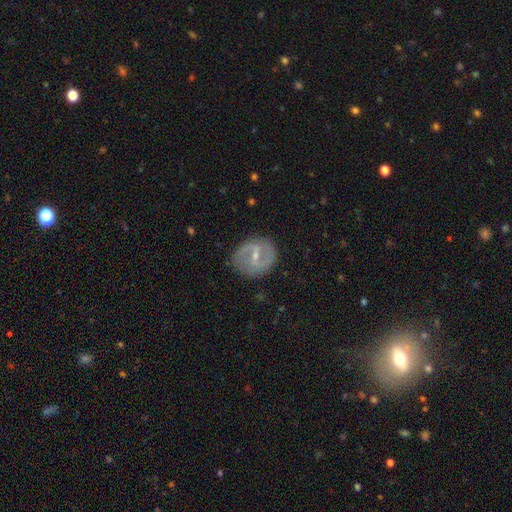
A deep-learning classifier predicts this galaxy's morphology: Smooth or featured: featured or disk — 77% (smooth — 17%)
Edge-on disk: no — 97% (yes — 3%)
Bar: weak — 46% (strong — 40%)
Spiral arms: yes — 81% (no — 19%)
Spiral winding: medium — 47% (loose — 30%)
Spiral arm count: 2 — 87% (can't tell — 7%)
Bulge size: small — 64% (moderate — 31%)
Merging: none — 82% (minor disturbance — 12%)